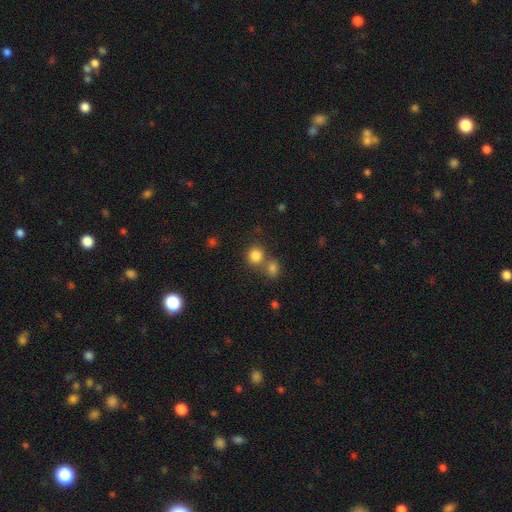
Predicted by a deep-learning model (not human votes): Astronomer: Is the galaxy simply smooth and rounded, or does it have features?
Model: smooth — 82%.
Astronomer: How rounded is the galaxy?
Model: round — 87%.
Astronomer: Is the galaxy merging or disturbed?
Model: none — 57% (runner-up: merger, 33%).